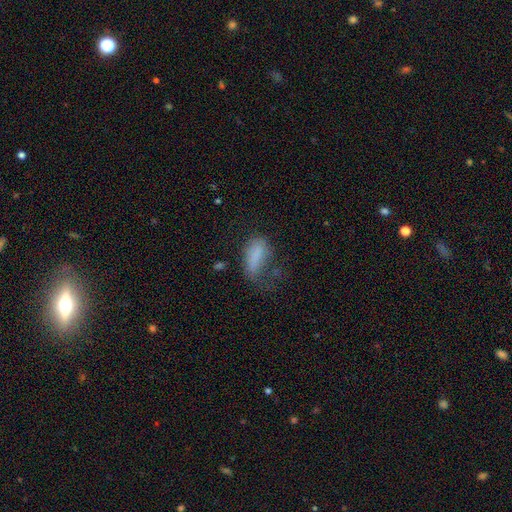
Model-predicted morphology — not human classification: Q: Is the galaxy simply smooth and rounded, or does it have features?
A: smooth — 74%.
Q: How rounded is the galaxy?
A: in between — 82%.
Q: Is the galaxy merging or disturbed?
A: major disturbance — 42%.